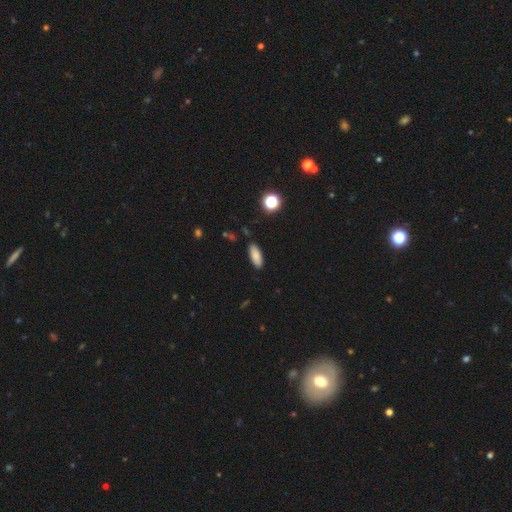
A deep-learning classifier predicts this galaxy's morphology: Q: Smooth or featured?
A: smooth (85%); runner-up: star or artifact (9%)
Q: How rounded?
A: in between (77%); runner-up: cigar-shaped (20%)
Q: Merging?
A: none (88%); runner-up: minor disturbance (9%)